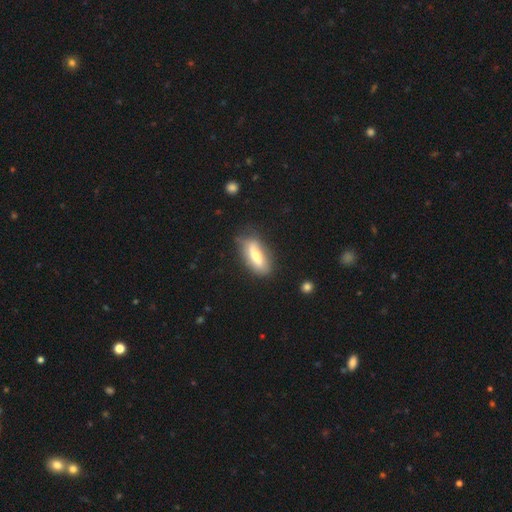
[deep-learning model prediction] This is possibly a smooth galaxy (57%). How rounded: likely in between (70%). Merging: likely none (66%).